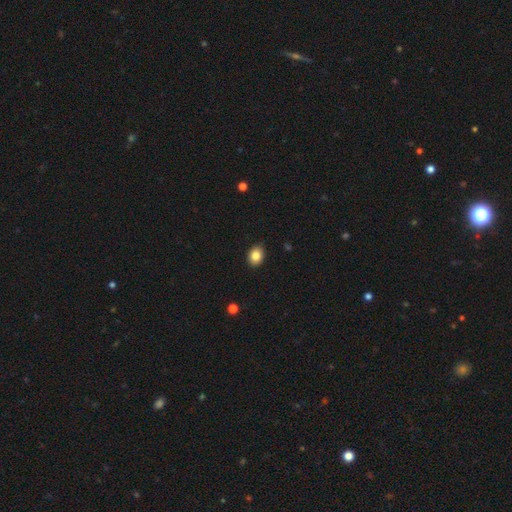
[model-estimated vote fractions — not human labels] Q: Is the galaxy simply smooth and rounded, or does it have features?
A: smooth — 85%.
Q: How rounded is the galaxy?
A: in between — 65%.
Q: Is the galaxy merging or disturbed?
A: none — 87%.